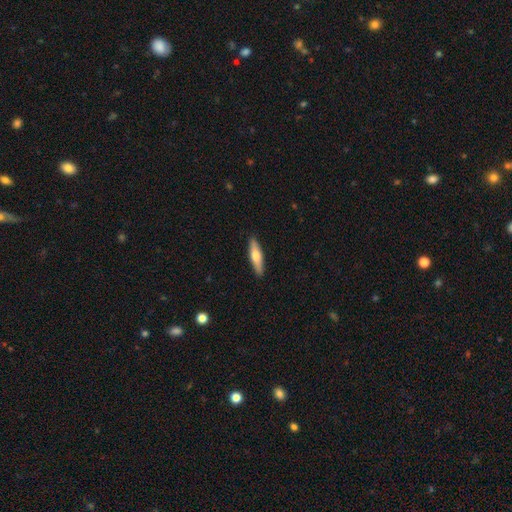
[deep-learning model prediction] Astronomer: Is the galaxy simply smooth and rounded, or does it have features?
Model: smooth — 58% (runner-up: featured or disk, 37%).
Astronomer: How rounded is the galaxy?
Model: cigar-shaped — 73%.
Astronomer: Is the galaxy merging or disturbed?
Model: none — 90%.